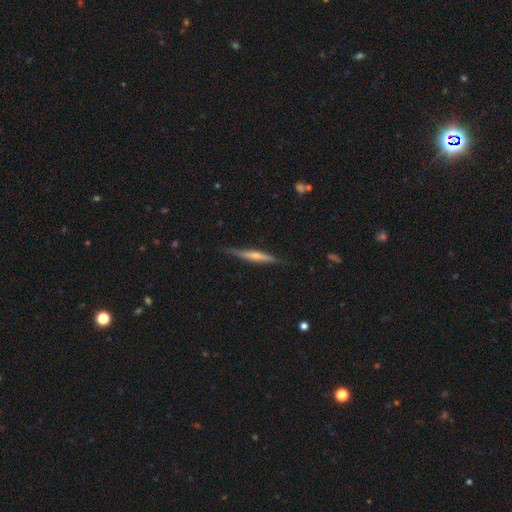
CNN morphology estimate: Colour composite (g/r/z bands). It shows a featured or disk galaxy (49%). Merging: none (82%).